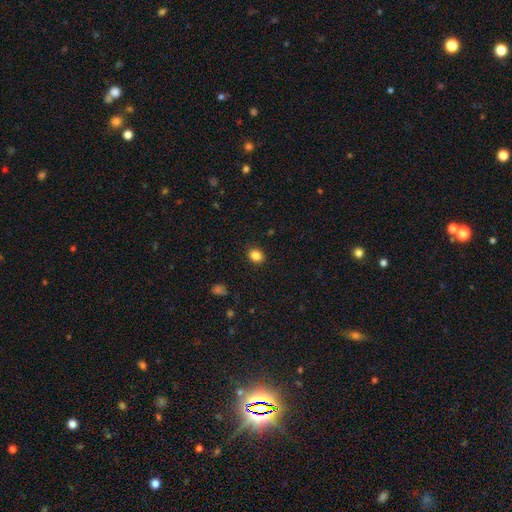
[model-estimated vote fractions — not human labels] This is clearly a smooth galaxy (85%). How rounded: possibly round (53%). Merging: clearly none (89%).